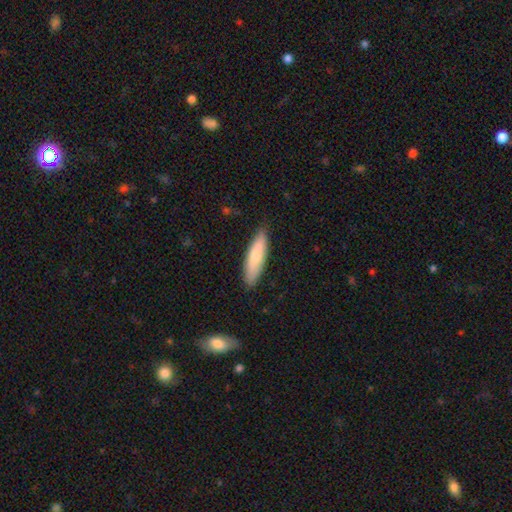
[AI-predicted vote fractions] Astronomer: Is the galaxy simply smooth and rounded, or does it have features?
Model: smooth — 75%.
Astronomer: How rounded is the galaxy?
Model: cigar-shaped — 64%.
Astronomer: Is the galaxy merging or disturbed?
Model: none — 84%.